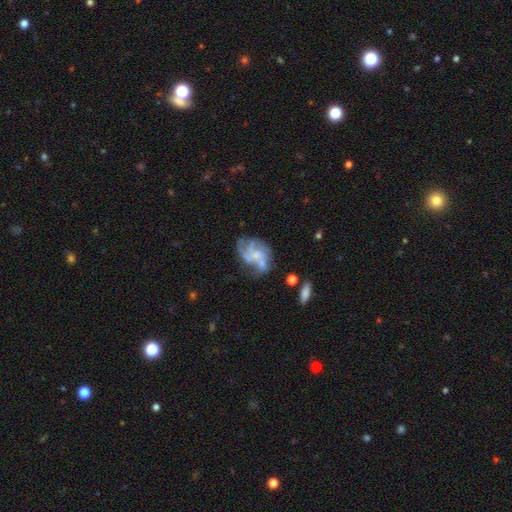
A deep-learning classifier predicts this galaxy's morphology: smooth-or-featured: featured or disk: 74% | smooth: 18% | star or artifact: 8%
  disk-edge-on: no: 98% | yes: 2%
    bar: no: 71% | weak: 24% | strong: 5%
    has-spiral-arms: yes: 72% | no: 28%
      spiral-winding: medium: 43% | loose: 29% | tight: 28%
      spiral-arm-count: 3: 32% | can't tell: 29% | 4: 15% | 2: 14% | more than 4: 5% | 1: 5%
    bulge-size: small: 38% | none: 31% | moderate: 26% | large: 3% | dominant: 1%
  merging: none: 40% | major disturbance: 25% | minor disturbance: 21% | merger: 15%